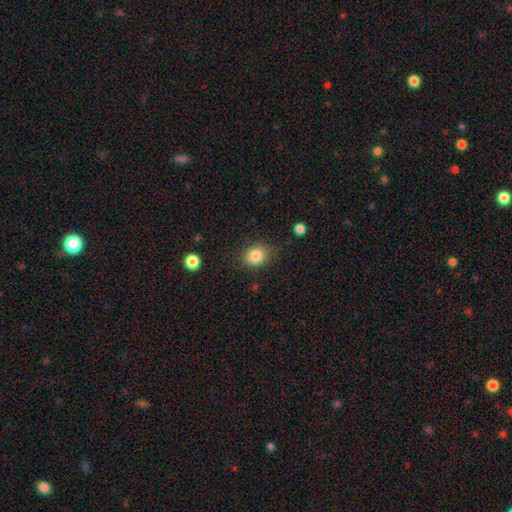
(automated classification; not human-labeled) smooth 85%, star or artifact 10%, featured or disk 6%. Down the decision tree: how rounded — round (61%); merging — none (78%).